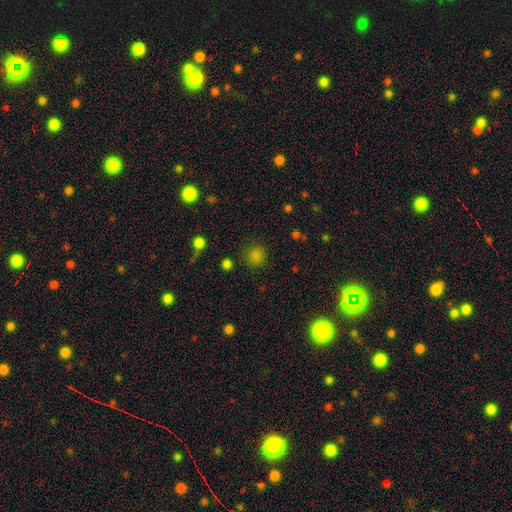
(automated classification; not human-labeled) smooth_or_featured: smooth (p=0.78) [alt: star or artifact p=0.17]
how_rounded: round (p=0.87) [alt: in between p=0.12]
merging: none (p=0.83) [alt: minor disturbance p=0.10]